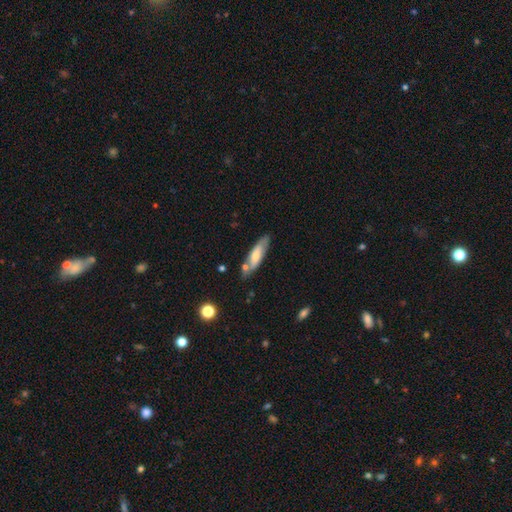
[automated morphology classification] This is possibly a smooth galaxy (55%). How rounded: possibly cigar-shaped (59%). Merging: likely none (70%).